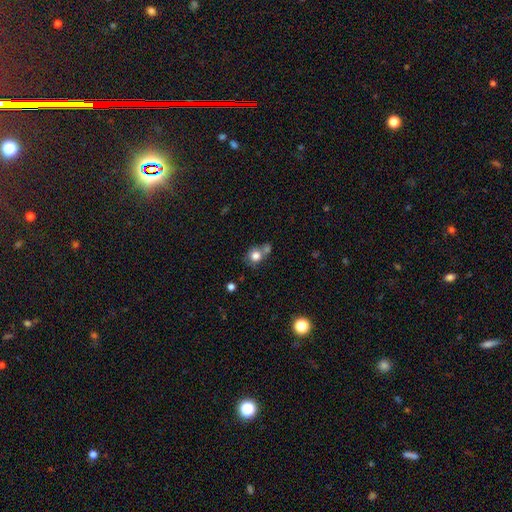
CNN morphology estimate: The model was most divided on "merging": none: 43%, merger: 36%, minor disturbance: 14%, major disturbance: 7%. More confident: smooth or featured — smooth (78%); how rounded — round (78%).